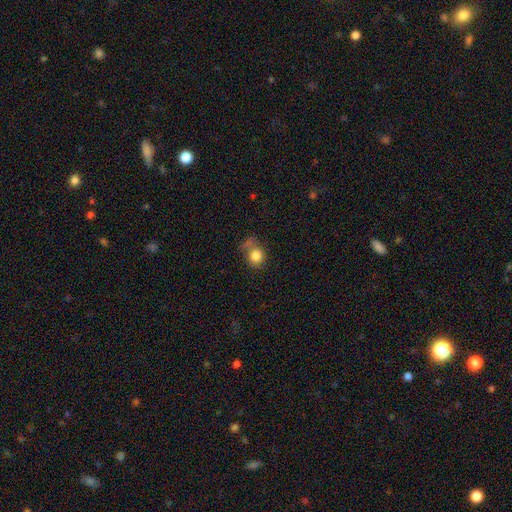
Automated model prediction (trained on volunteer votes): A smooth galaxy with no disk features (81%) that is round (77%). Merging: none (46%).